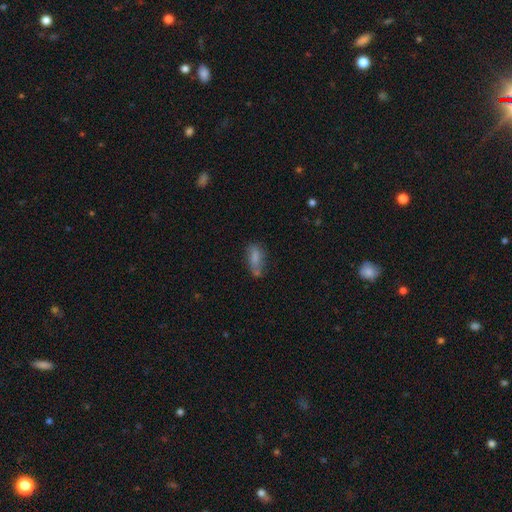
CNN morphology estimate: This is likely a smooth galaxy (61%). How rounded: likely in between (69%). Merging: likely none (61%).